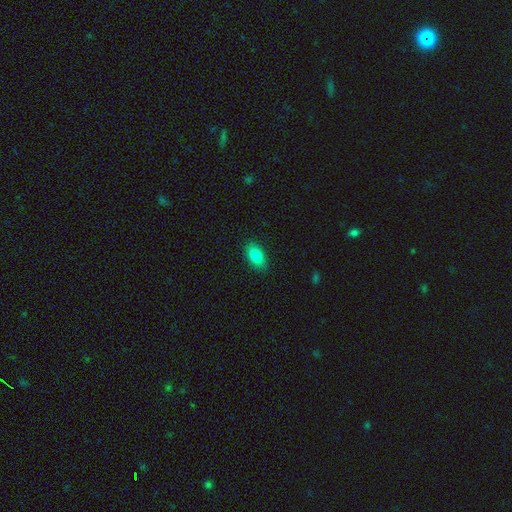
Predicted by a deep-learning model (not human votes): Q: Smooth or featured?
A: smooth (84%); runner-up: featured or disk (9%)
Q: How rounded?
A: in between (91%); runner-up: round (6%)
Q: Merging?
A: none (88%); runner-up: minor disturbance (9%)